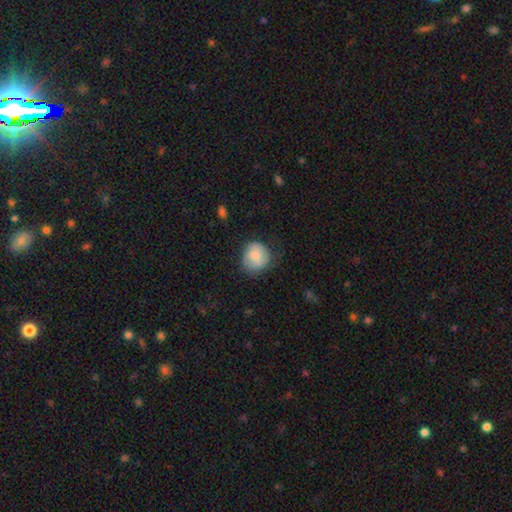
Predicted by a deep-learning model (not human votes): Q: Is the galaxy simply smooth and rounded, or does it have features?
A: smooth — 74%.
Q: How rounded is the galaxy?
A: round — 78%.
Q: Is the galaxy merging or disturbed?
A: none — 63%.